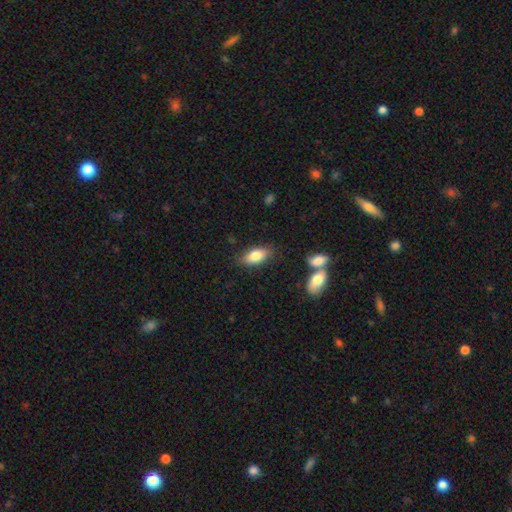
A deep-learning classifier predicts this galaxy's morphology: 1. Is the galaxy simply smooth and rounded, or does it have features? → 80% smooth, 13% featured or disk, 7% star or artifact.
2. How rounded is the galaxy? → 86% in between, 10% cigar-shaped, 4% round.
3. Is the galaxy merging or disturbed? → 81% none, 12% minor disturbance, 4% merger, 3% major disturbance.